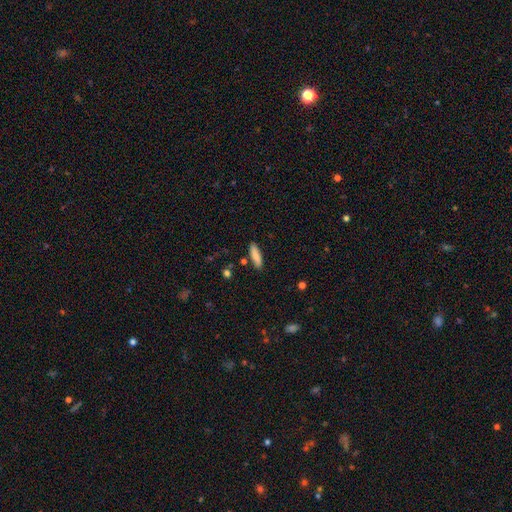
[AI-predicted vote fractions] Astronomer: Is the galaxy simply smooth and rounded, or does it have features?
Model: smooth — 85%.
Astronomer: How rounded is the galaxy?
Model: cigar-shaped — 68%.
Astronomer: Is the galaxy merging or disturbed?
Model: none — 85%.